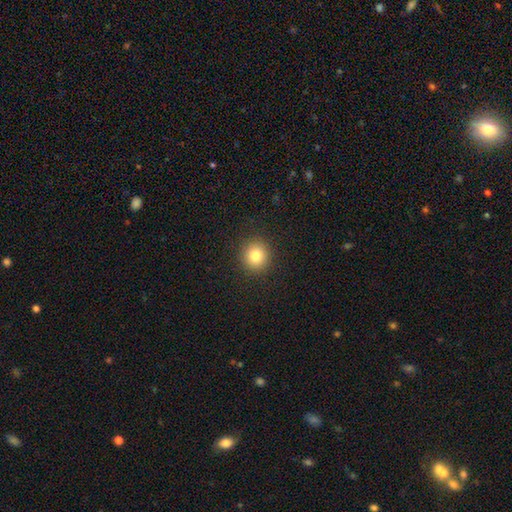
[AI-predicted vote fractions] smooth 81%, star or artifact 12%, featured or disk 7%. Down the decision tree: how rounded — round (93%); merging — none (92%).